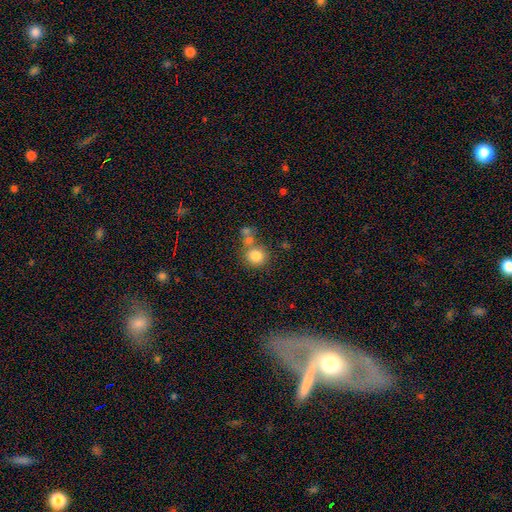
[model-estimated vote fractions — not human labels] Overall: smooth (81%). How rounded: round (88%). Merging: none (60%; merger 25%).